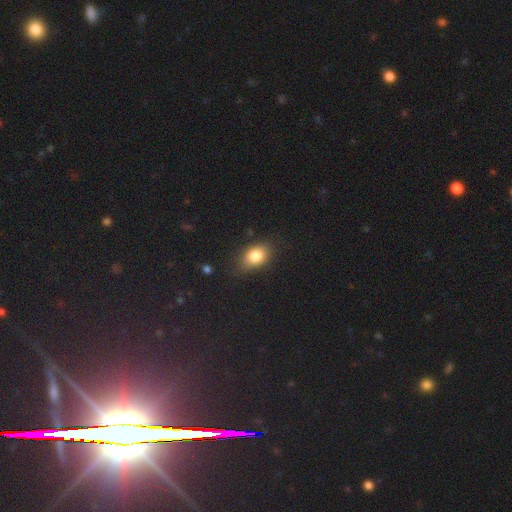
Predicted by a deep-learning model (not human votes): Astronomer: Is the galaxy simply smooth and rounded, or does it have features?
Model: smooth — 81%.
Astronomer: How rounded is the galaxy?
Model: in between — 76%.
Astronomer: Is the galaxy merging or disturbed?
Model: none — 75%.